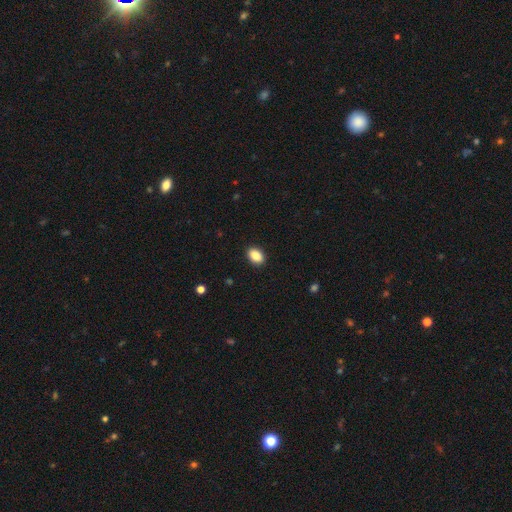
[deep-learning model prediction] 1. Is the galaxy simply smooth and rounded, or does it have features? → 88% smooth, 8% star or artifact, 4% featured or disk.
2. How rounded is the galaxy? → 84% in between, 15% round, 1% cigar-shaped.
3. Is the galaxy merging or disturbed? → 90% none, 7% minor disturbance, 2% major disturbance, 1% merger.